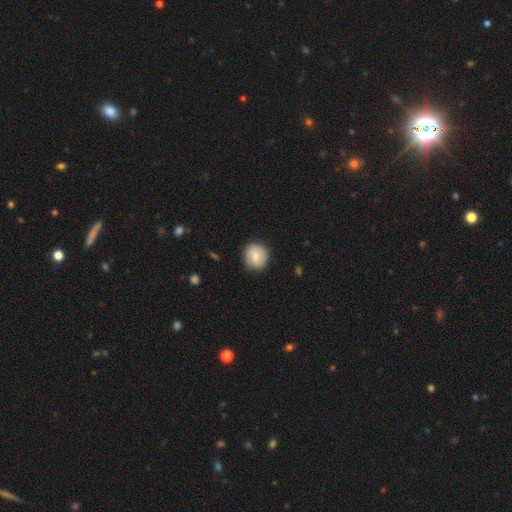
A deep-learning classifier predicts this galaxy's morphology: Smooth or featured: smooth — 77% (featured or disk — 16%)
How rounded: round — 85% (in between — 14%)
Merging: none — 86% (minor disturbance — 10%)